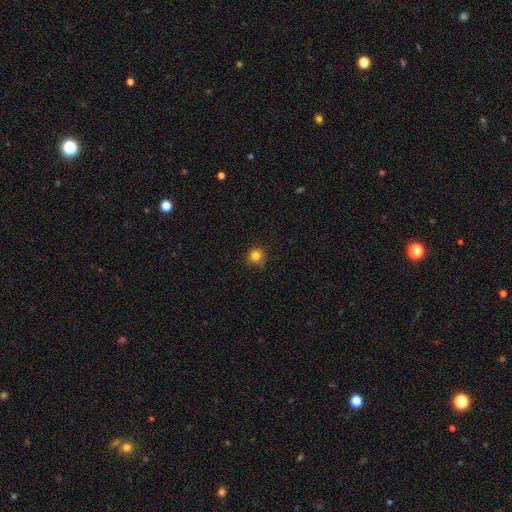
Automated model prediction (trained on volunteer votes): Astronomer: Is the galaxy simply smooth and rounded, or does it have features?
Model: smooth — 82%.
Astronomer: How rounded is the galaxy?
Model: round — 93%.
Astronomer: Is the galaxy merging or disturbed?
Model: none — 85%.